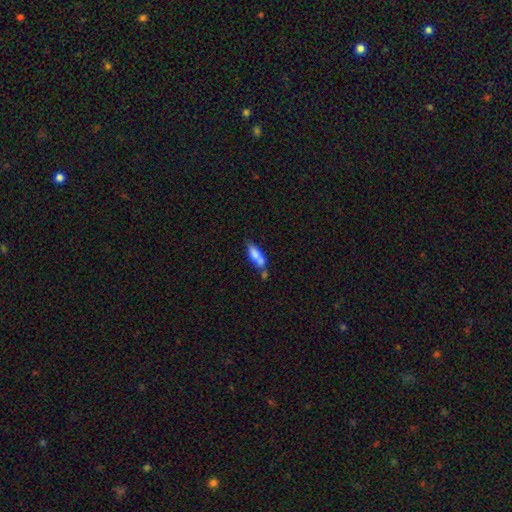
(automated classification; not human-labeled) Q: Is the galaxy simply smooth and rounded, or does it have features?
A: smooth — 68%.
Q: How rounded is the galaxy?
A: in between — 55%.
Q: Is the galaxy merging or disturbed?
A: merger — 38%.